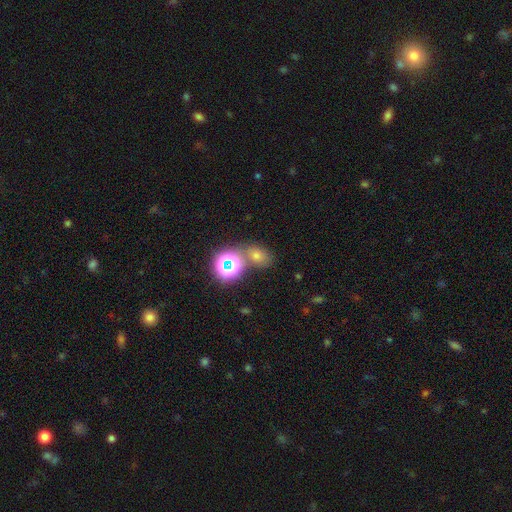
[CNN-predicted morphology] This appears to be a smooth galaxy with no disk features (50%). Merging: none (68%).